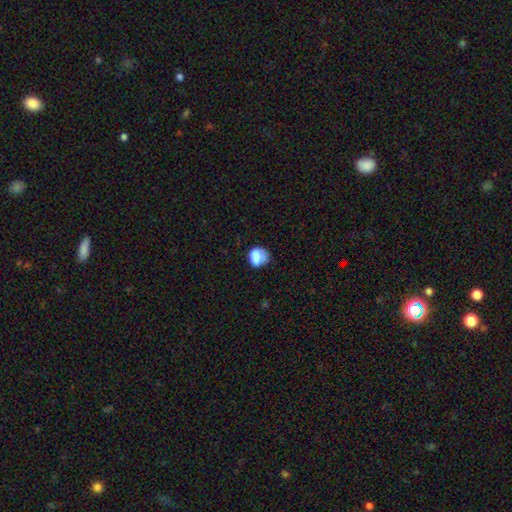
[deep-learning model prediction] Smooth or featured? smooth (79%)
How rounded? round (68%)
Merging? none (52%)